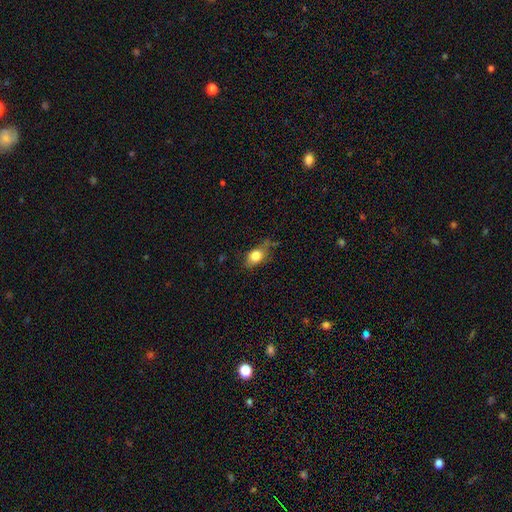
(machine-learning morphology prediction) Smooth or featured? Predicted: smooth (p=0.77). How rounded? Predicted: in between (p=0.74). Merging? Predicted: none (p=0.53).